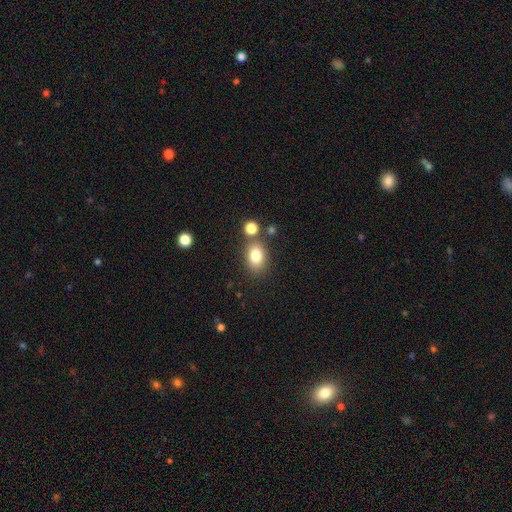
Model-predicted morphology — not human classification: This is clearly a smooth galaxy (81%). How rounded: likely in between (73%). Merging: likely none (73%).